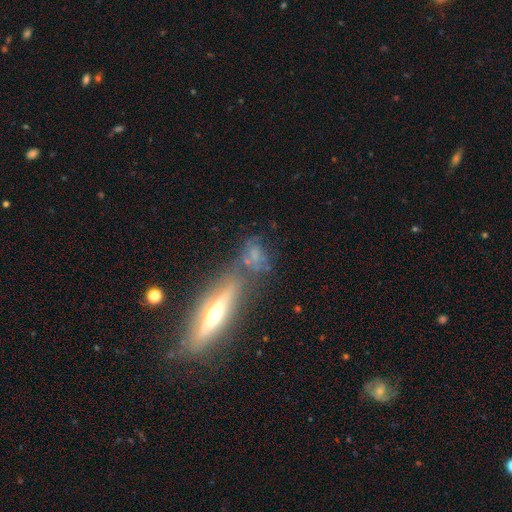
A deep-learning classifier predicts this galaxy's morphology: featured or disk 44%, smooth 38%, star or artifact 18%. Down the decision tree: merging — none (39%).